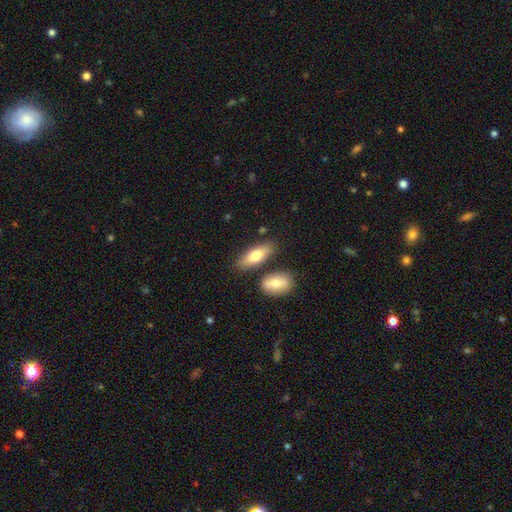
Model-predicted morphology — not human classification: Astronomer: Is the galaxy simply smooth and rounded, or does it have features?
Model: smooth — 71%.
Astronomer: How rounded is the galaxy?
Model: in between — 66%.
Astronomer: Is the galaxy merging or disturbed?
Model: none — 75%.